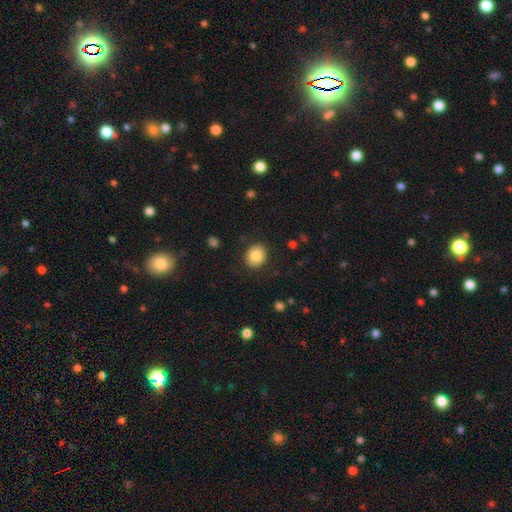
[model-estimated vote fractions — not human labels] The model was most divided on "how rounded": round: 63%, in between: 36%, cigar-shaped: 1%. More confident: merging — none (88%); smooth or featured — smooth (84%).